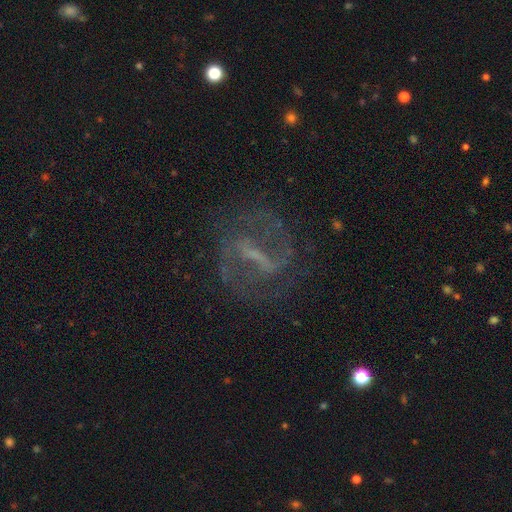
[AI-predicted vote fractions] smooth_or_featured: featured or disk (p=0.79) [alt: star or artifact p=0.12]
disk_edge_on: no (p=0.92) [alt: yes p=0.08]
bar: strong (p=0.65) [alt: weak p=0.27]
has_spiral_arms: yes (p=0.84) [alt: no p=0.16]
spiral_winding: medium (p=0.49) [alt: loose p=0.28]
spiral_arm_count: 2 (p=0.81) [alt: can't tell p=0.11]
bulge_size: none (p=0.45) [alt: small p=0.40]
merging: none (p=0.74) [alt: minor disturbance p=0.13]